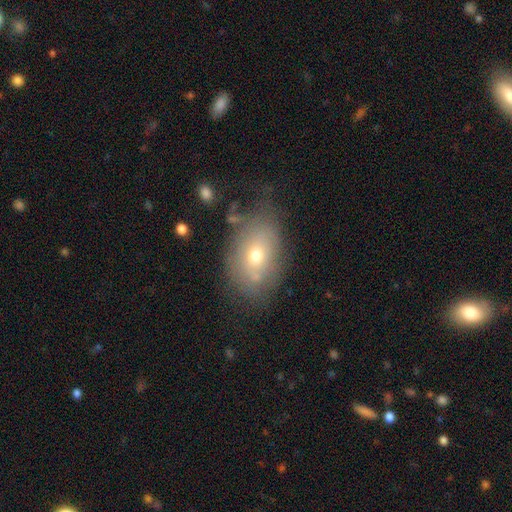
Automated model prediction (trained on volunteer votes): This is possibly a smooth galaxy (59%). How rounded: clearly in between (80%). Merging: likely none (61%).